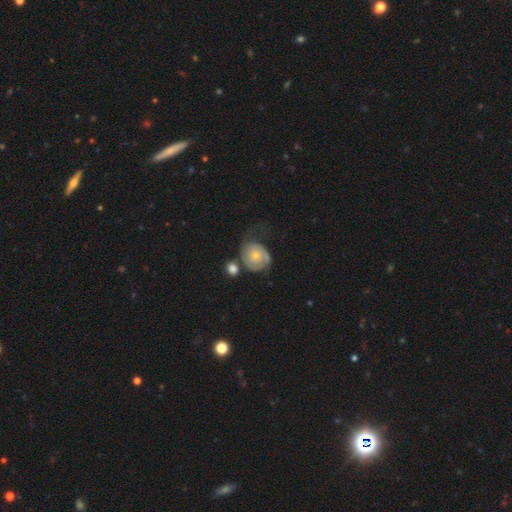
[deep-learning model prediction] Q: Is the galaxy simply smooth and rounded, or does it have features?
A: featured or disk — 51%.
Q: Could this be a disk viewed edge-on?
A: no — 97%.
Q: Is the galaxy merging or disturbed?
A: none — 32%.